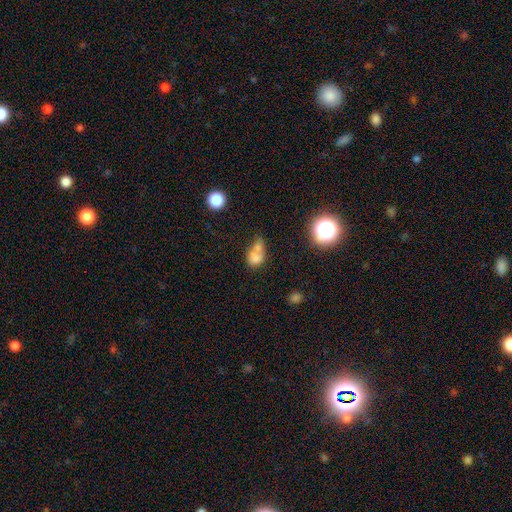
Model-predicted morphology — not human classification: type=smooth (69%); roundness=in between (54%); merging=merger (62%).